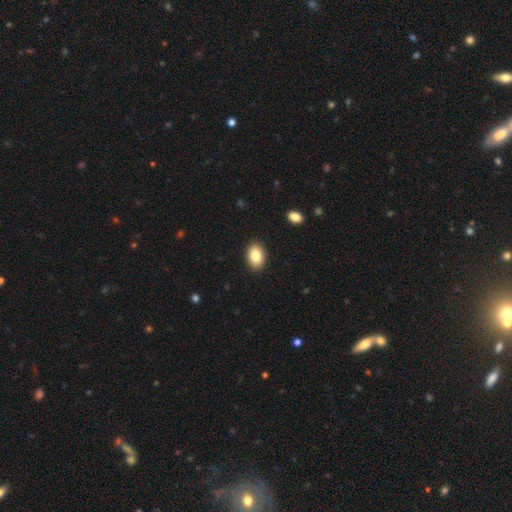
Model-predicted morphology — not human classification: smooth-or-featured: smooth: 84% | featured or disk: 8% | star or artifact: 8%
  how-rounded: in between: 87% | round: 12% | cigar-shaped: 1%
  merging: none: 90% | minor disturbance: 7% | major disturbance: 2% | merger: 1%